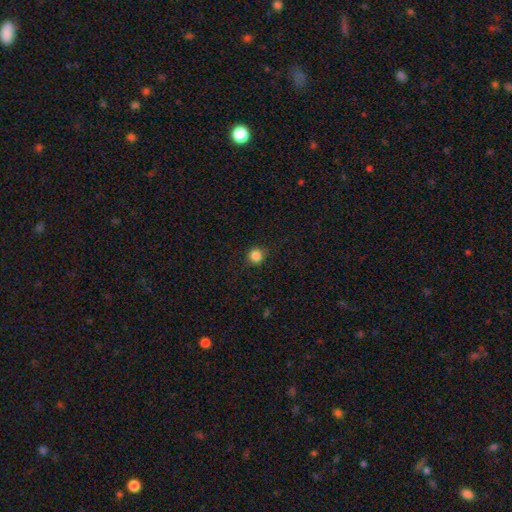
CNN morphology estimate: type=smooth (85%); roundness=round (93%); merging=none (89%).